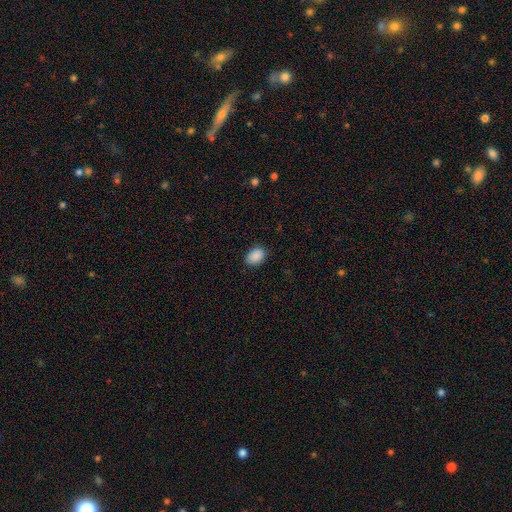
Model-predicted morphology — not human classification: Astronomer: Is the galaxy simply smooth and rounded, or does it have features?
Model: smooth — 90%.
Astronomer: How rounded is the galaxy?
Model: in between — 80%.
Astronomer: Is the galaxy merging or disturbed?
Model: none — 85%.